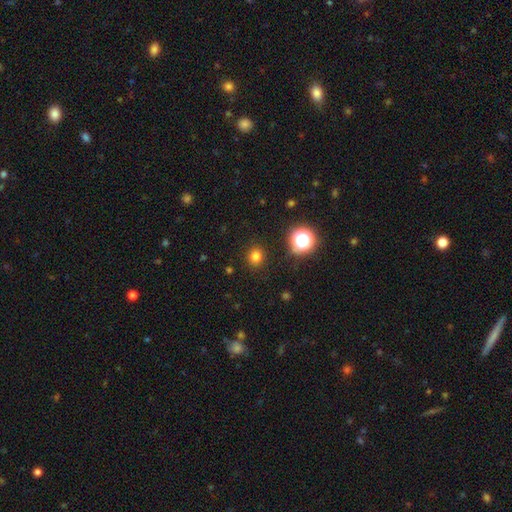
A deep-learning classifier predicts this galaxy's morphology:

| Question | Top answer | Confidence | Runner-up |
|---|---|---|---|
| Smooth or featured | smooth | 78% | star or artifact (17%) |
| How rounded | round | 82% | in between (17%) |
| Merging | none | 90% | minor disturbance (6%) |